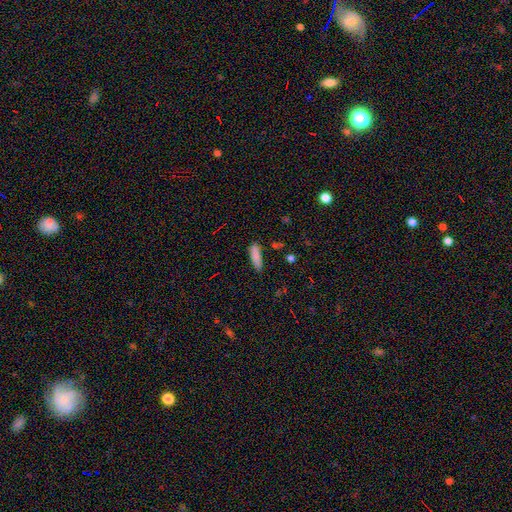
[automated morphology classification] Smooth or featured: smooth — 85% (star or artifact — 9%)
How rounded: cigar-shaped — 67% (in between — 31%)
Merging: none — 79% (minor disturbance — 15%)